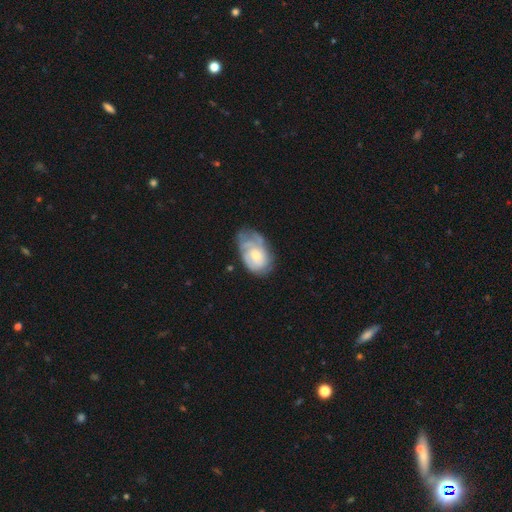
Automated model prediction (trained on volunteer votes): Morphology: type=featured or disk (64%); edge-on=no (97%); bar=no (75%); spiral arms=yes (82%); winding=tight (56%); arm count=can't tell (46%); bulge=moderate (46%); merging=none (47%).